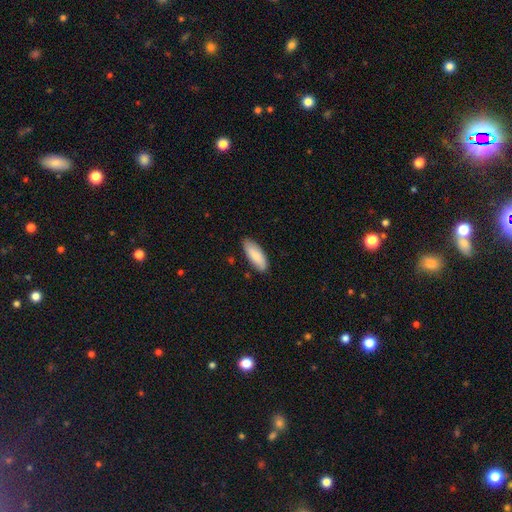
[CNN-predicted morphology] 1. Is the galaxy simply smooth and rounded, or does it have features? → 86% smooth, 8% featured or disk, 5% star or artifact.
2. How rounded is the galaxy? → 71% in between, 27% cigar-shaped, 1% round.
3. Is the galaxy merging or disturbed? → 83% none, 14% minor disturbance, 2% major disturbance, 1% merger.